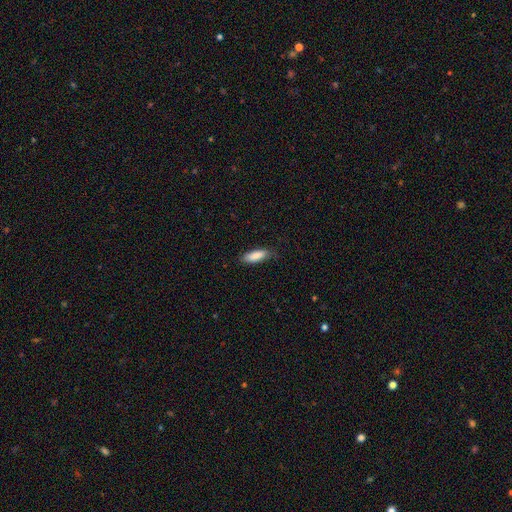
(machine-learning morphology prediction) Smooth or featured?
  - smooth: 86% *
  - featured or disk: 8%
  - star or artifact: 6%
How rounded?
  - in between: 63% *
  - cigar-shaped: 35%
  - round: 2%
Merging?
  - none: 77% *
  - minor disturbance: 18%
  - major disturbance: 3%
  - merger: 1%